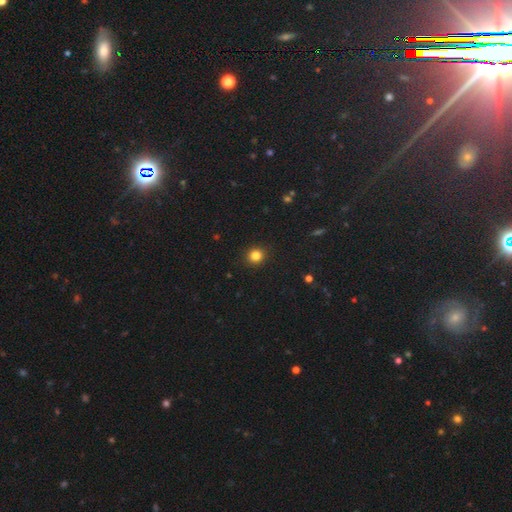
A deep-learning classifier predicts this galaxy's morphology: The model was most divided on "smooth or featured": smooth: 82%, star or artifact: 13%, featured or disk: 5%. More confident: merging — none (92%); how rounded — round (89%).